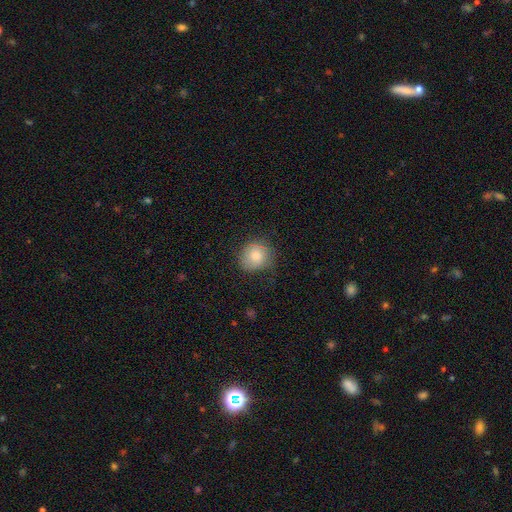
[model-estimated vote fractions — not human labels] Smooth or featured? smooth (78%)
How rounded? round (81%)
Merging? none (67%)